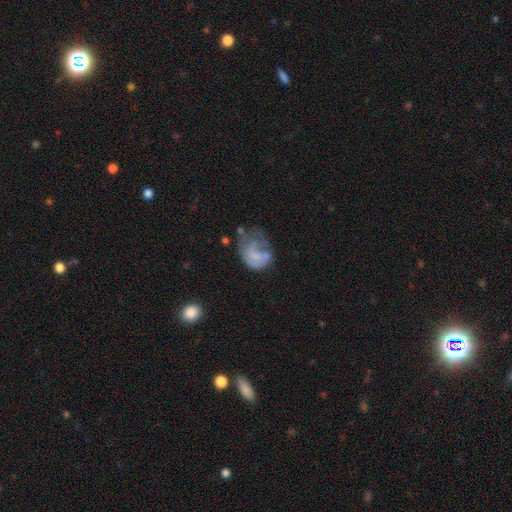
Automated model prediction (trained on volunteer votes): Morphology: type=smooth (46%); merging=major disturbance (41%).